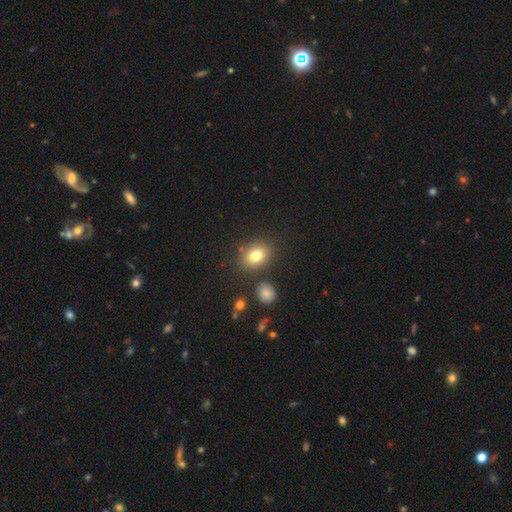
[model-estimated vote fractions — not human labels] smooth-or-featured: smooth: 79% | star or artifact: 11% | featured or disk: 10%
  how-rounded: in between: 57% | round: 42% | cigar-shaped: 1%
  merging: none: 81% | minor disturbance: 10% | merger: 6% | major disturbance: 3%